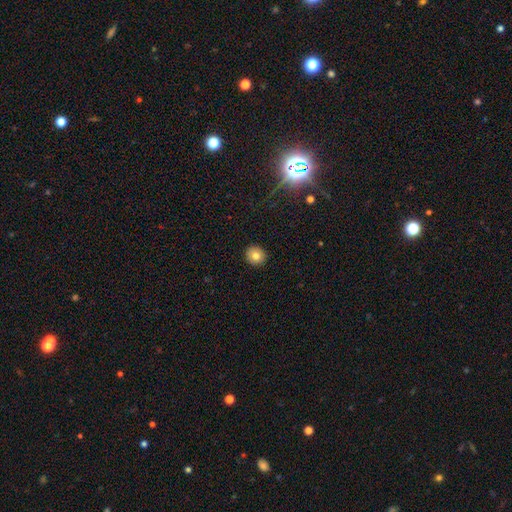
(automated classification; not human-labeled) Morphology: type=smooth (79%); roundness=round (91%); merging=none (92%).